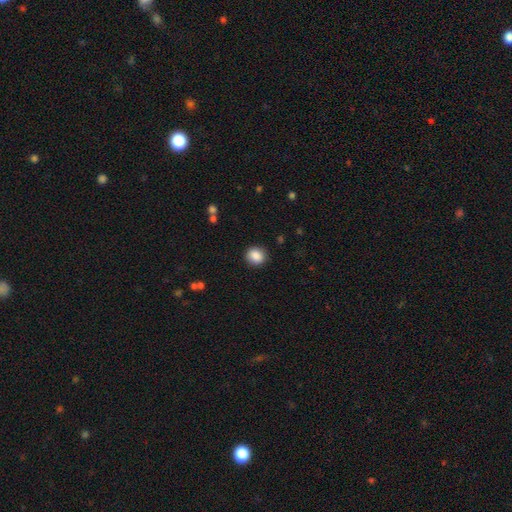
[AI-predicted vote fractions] Morphology: type=smooth (88%); roundness=round (75%); merging=none (89%).